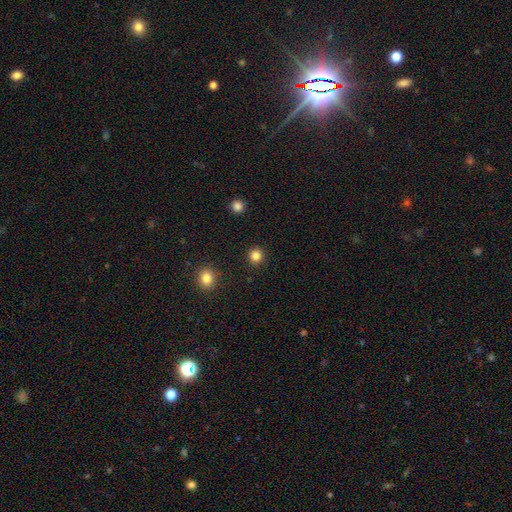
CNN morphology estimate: smooth-or-featured: smooth: 84% | star or artifact: 13% | featured or disk: 3%
  how-rounded: round: 94% | in between: 5% | cigar-shaped: 1%
  merging: none: 92% | minor disturbance: 4% | major disturbance: 2% | merger: 1%